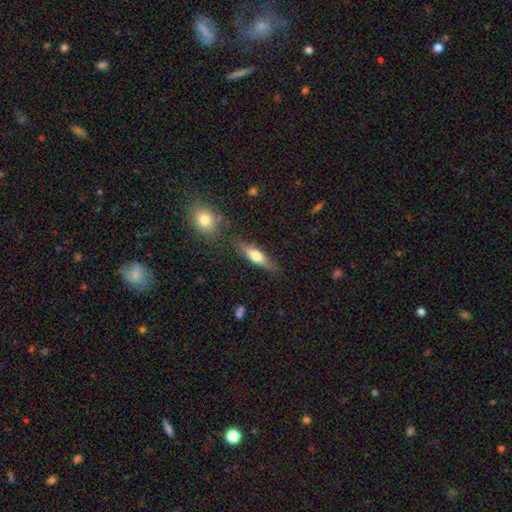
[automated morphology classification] A smooth galaxy with no disk features (53%) that is cigar-shaped (57%).

Vote fractions:
- Smooth or featured? smooth: 53% / featured or disk: 40% / star or artifact: 7%
- How rounded? cigar-shaped: 57% / in between: 40% / round: 3%
- Merging? none: 78% / minor disturbance: 14% / merger: 4% / major disturbance: 4%